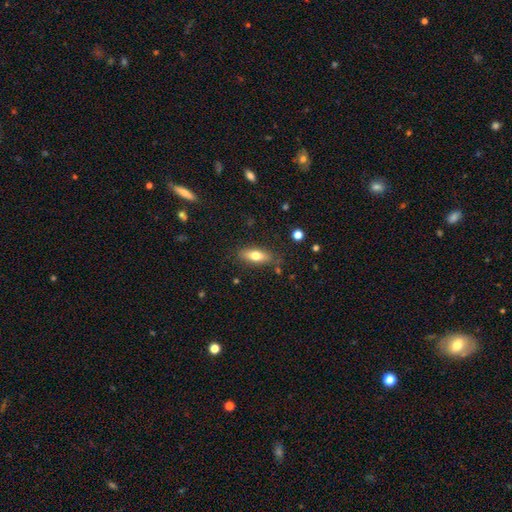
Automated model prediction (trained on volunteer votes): A smooth galaxy with no disk features (70%) that is in between round and cigar-shaped (68%). Merging: none (83%).